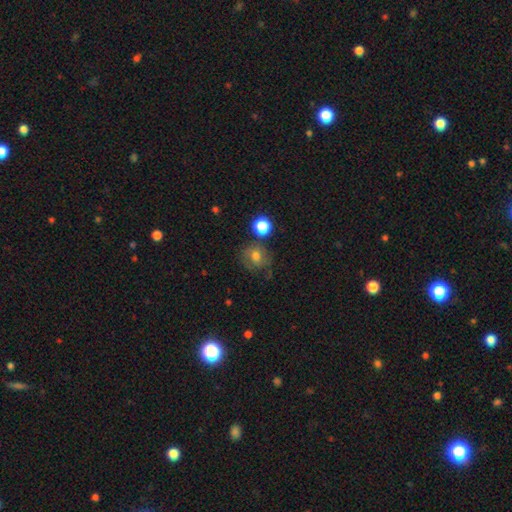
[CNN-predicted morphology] Smooth or featured? Predicted: smooth (p=0.64). How rounded? Predicted: round (p=0.75). Merging? Predicted: none (p=0.61).